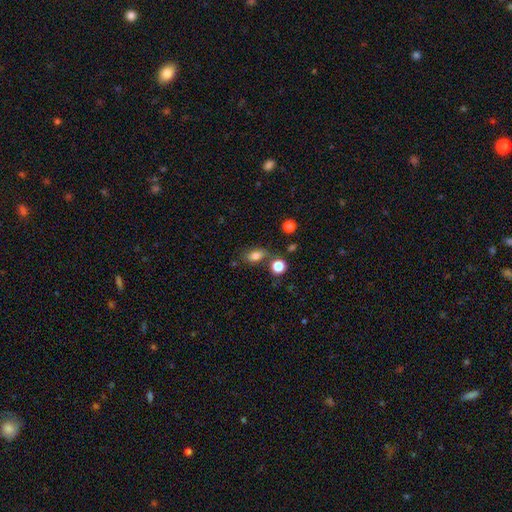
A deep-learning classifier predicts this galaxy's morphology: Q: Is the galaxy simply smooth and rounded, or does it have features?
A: smooth — 80%.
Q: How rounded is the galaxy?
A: in between — 80%.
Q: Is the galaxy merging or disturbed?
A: none — 66%.